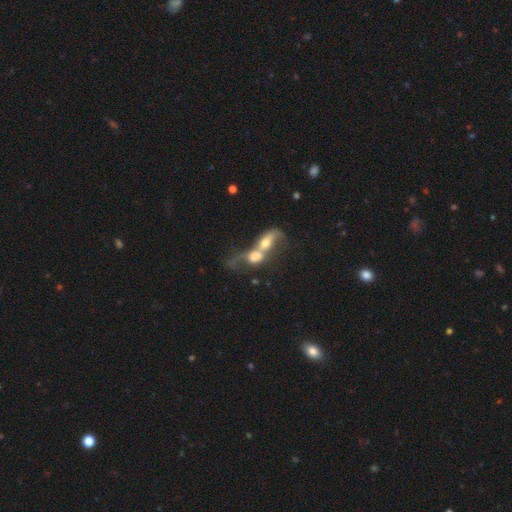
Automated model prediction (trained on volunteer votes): smooth-or-featured: smooth: 47% | featured or disk: 42% | star or artifact: 10%
  merging: merger: 84% | major disturbance: 7% | none: 6% | minor disturbance: 3%